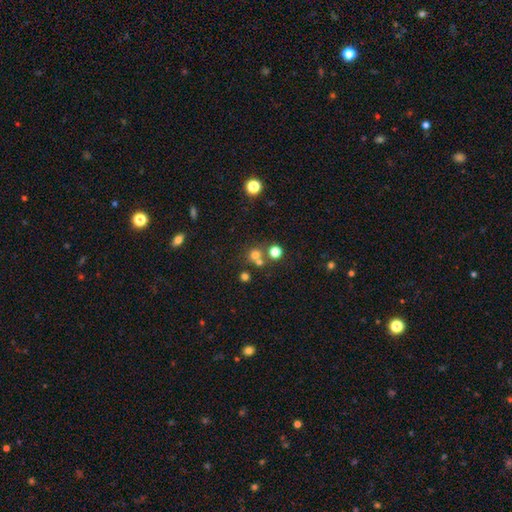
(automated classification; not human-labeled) The model was most divided on "merging": none: 59%, merger: 30%, minor disturbance: 7%, major disturbance: 3%. More confident: how rounded — round (89%); smooth or featured — smooth (67%).